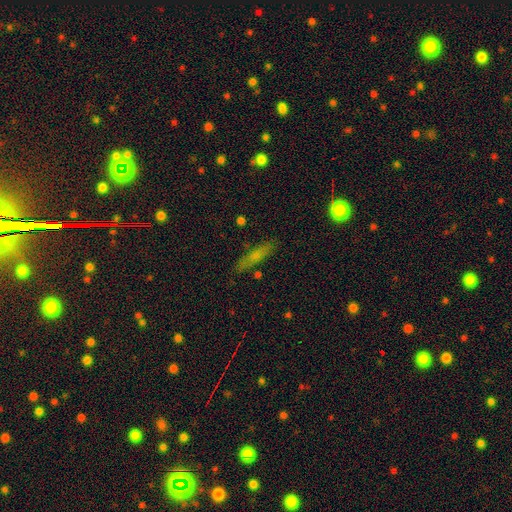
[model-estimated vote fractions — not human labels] Morphology: type=smooth (62%); roundness=cigar-shaped (79%); merging=none (83%).